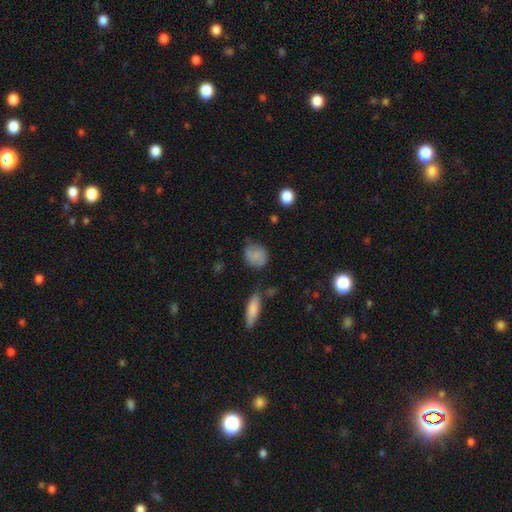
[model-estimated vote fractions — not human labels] smooth-or-featured: smooth: 71% | featured or disk: 20% | star or artifact: 9%
  how-rounded: round: 60% | in between: 38% | cigar-shaped: 2%
  merging: none: 59% | minor disturbance: 27% | major disturbance: 9% | merger: 5%